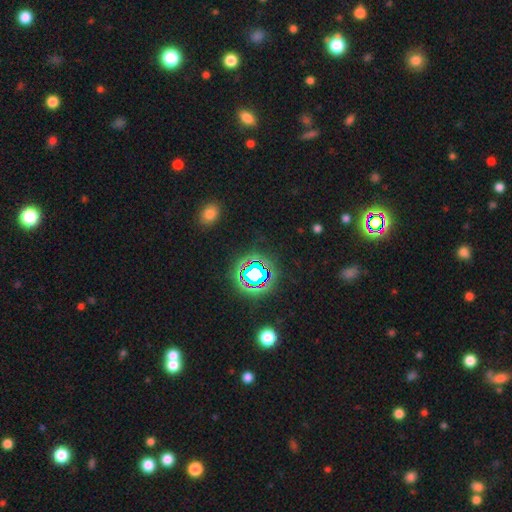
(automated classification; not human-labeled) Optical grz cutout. It shows a star or artifact, not a galaxy (75%).